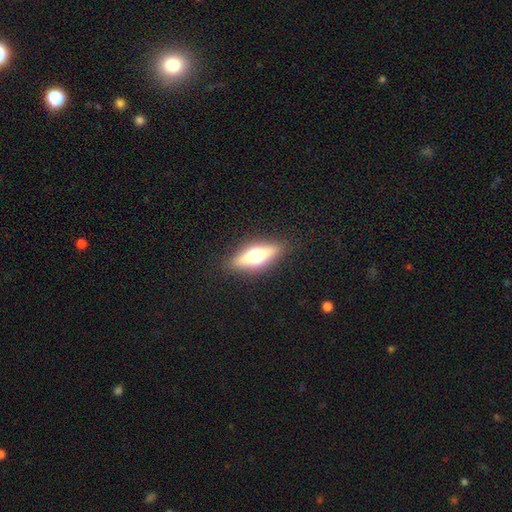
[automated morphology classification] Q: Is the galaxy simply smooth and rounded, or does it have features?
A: featured or disk — 56%.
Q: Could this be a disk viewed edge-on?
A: yes — 91%.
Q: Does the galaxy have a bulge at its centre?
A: rounded — 95%.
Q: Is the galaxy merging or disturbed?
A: none — 88%.